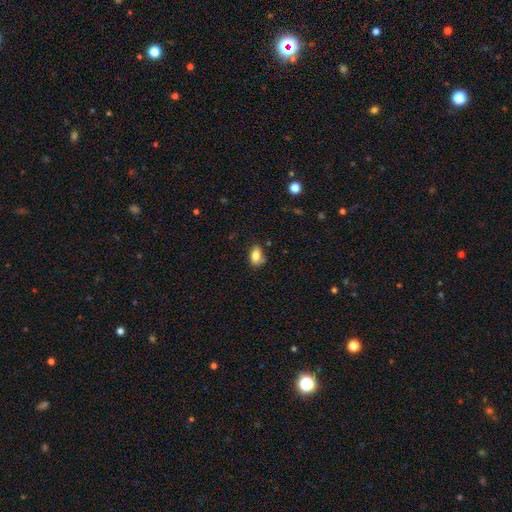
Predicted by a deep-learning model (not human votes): Smooth or featured? Predicted: smooth (p=0.77). How rounded? Predicted: in between (p=0.85). Merging? Predicted: none (p=0.54).